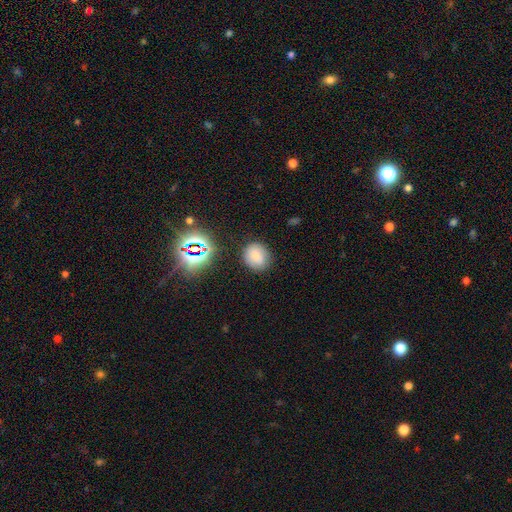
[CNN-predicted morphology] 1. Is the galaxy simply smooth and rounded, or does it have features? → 76% smooth, 15% star or artifact, 8% featured or disk.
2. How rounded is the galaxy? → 69% round, 30% in between, 1% cigar-shaped.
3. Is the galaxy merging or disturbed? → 83% none, 11% minor disturbance, 3% major disturbance, 2% merger.